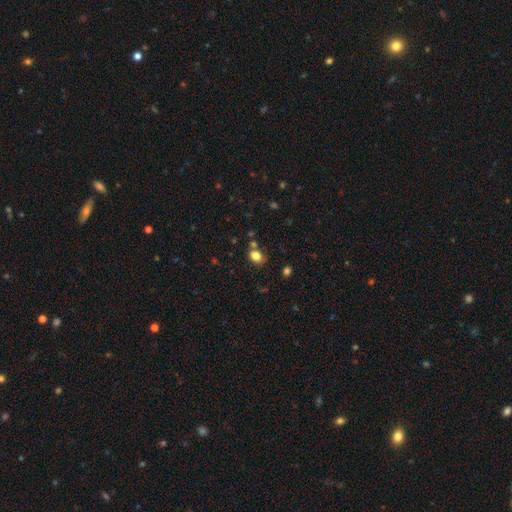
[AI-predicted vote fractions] This is clearly a smooth galaxy (81%). How rounded: possibly in between (56%). Merging: likely none (68%).